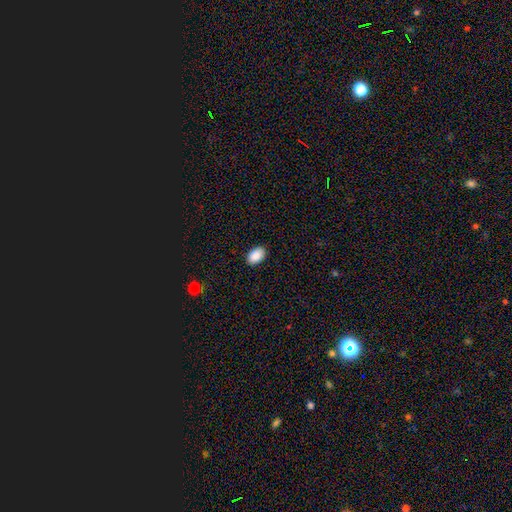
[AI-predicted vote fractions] smooth 90%, star or artifact 7%, featured or disk 3%. Down the decision tree: how rounded — in between (90%); merging — none (89%).